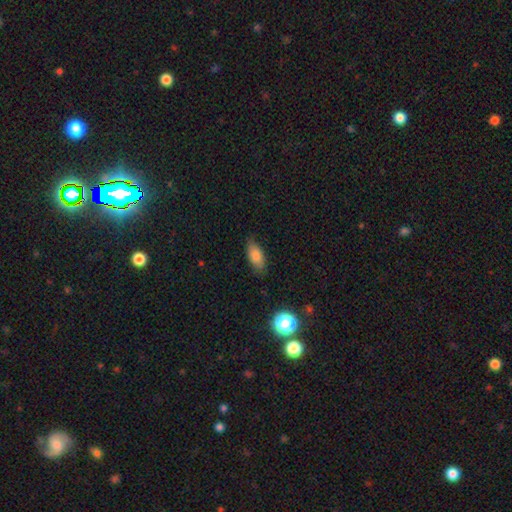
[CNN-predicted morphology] Q: Smooth or featured?
A: smooth (82%); runner-up: featured or disk (9%)
Q: How rounded?
A: in between (86%); runner-up: cigar-shaped (10%)
Q: Merging?
A: none (78%); runner-up: minor disturbance (18%)